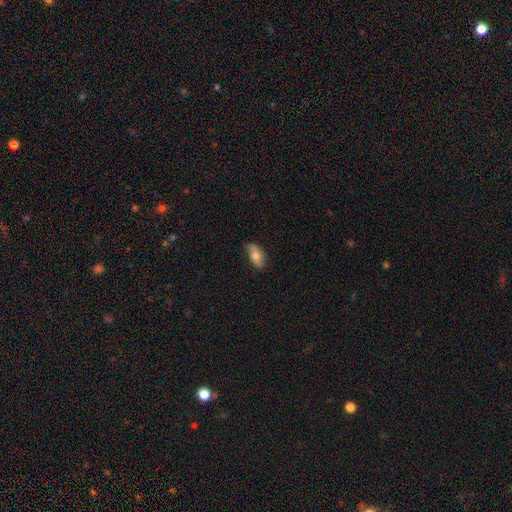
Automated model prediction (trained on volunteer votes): Overall: smooth (69%). How rounded: in between (85%). Merging: none (75%).